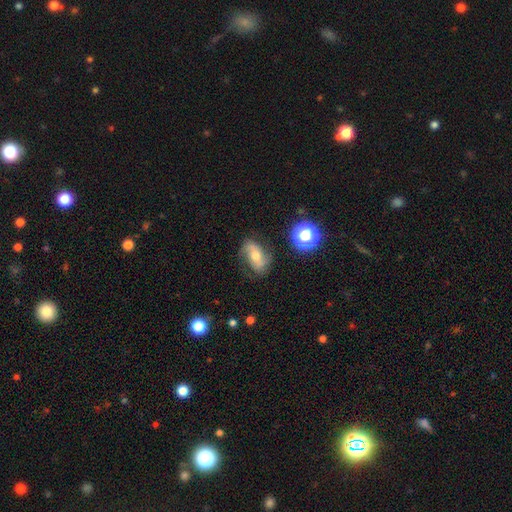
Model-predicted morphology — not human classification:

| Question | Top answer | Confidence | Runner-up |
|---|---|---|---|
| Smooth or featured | featured or disk | 65% | smooth (23%) |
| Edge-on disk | no | 94% | yes (6%) |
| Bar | no | 47% | weak (32%) |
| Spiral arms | yes | 88% | no (12%) |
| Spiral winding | loose | 54% | medium (32%) |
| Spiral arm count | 2 | 86% | can't tell (7%) |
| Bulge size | moderate | 66% | small (26%) |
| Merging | none | 72% | minor disturbance (19%) |